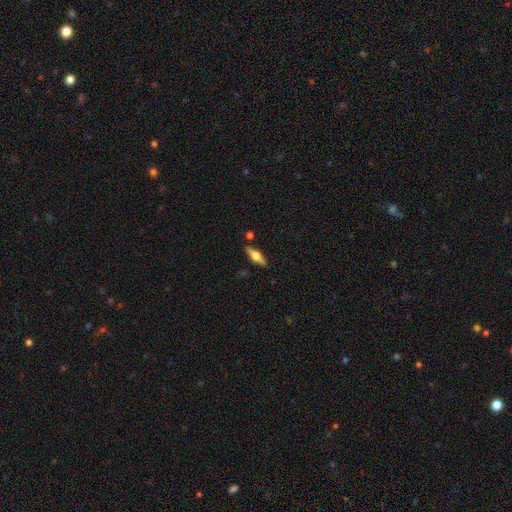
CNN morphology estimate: This appears to be a featured or disk galaxy (57%) viewed edge-on (93%) with a rounded central bulge (92%). Merging: none (85%).